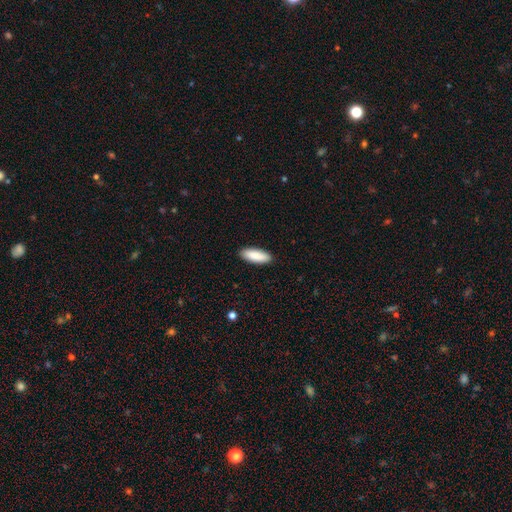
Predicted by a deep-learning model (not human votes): smooth 90%, star or artifact 5%, featured or disk 4%. Down the decision tree: how rounded — in between (67%); merging — none (90%).